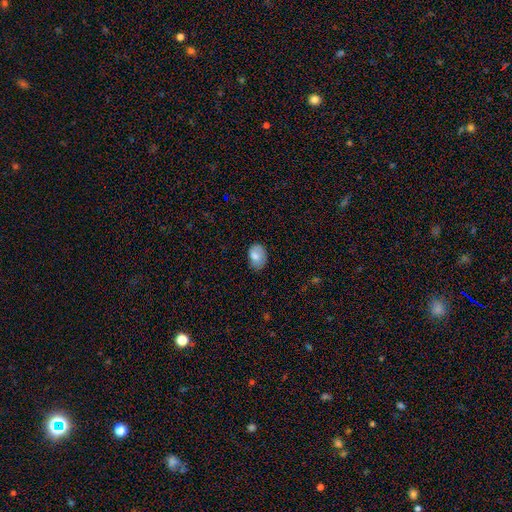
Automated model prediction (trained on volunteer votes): A smooth galaxy with no disk features (79%) that is in between round and cigar-shaped (81%).

Vote fractions:
- Smooth or featured? smooth: 79% / featured or disk: 14% / star or artifact: 8%
- How rounded? in between: 81% / round: 18% / cigar-shaped: 1%
- Merging? none: 66% / minor disturbance: 27% / major disturbance: 6% / merger: 1%